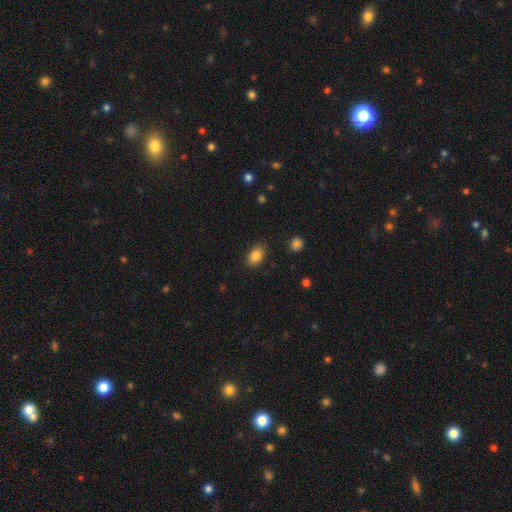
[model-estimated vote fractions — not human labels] This appears to be a smooth galaxy with no disk features (85%) that is in between round and cigar-shaped (79%). Merging: none (85%).